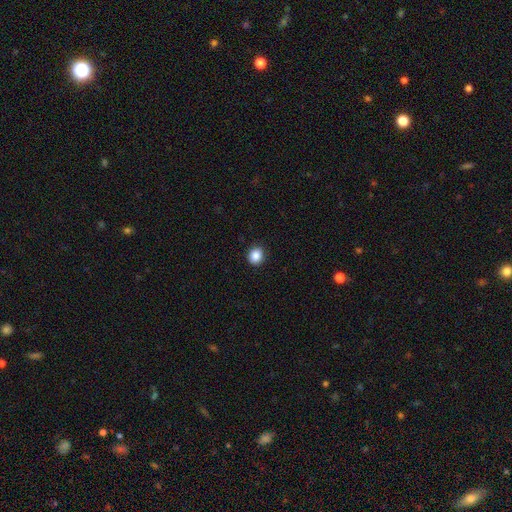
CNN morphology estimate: Smooth or featured? smooth (87%)
How rounded? round (80%)
Merging? none (92%)